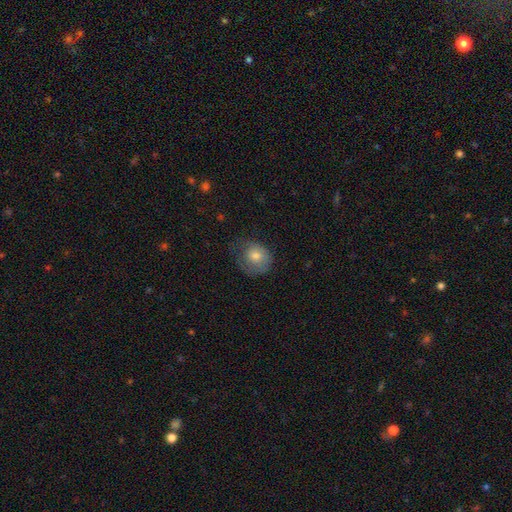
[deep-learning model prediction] smooth 69%, featured or disk 22%, star or artifact 9%. Down the decision tree: how rounded — round (68%); merging — none (53%).